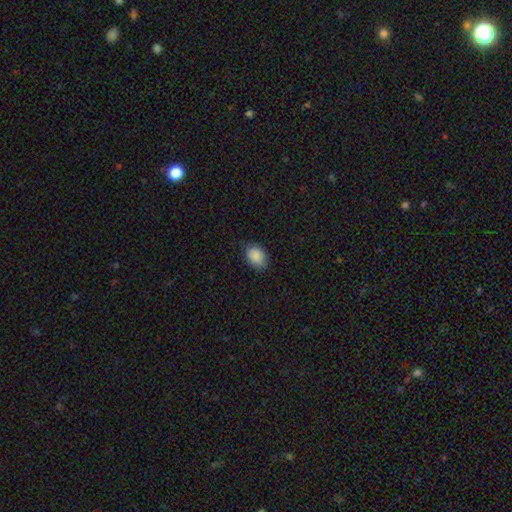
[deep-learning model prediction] Smooth or featured? smooth (88%)
How rounded? in between (81%)
Merging? none (76%)